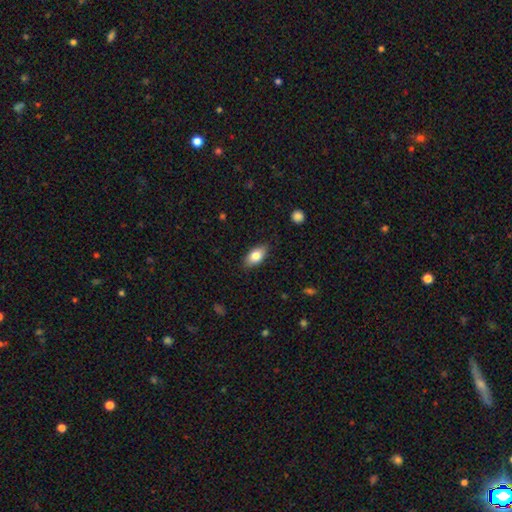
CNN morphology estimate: smooth-or-featured: smooth: 80% | featured or disk: 13% | star or artifact: 7%
  how-rounded: in between: 90% | cigar-shaped: 6% | round: 4%
  merging: none: 85% | minor disturbance: 11% | major disturbance: 2% | merger: 1%